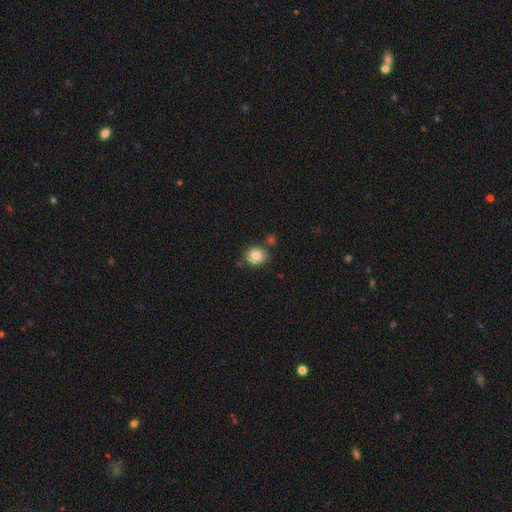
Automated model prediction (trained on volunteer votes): The model was most divided on "how rounded": round: 81%, in between: 18%, cigar-shaped: 1%. More confident: smooth or featured — smooth (84%); merging — none (77%).